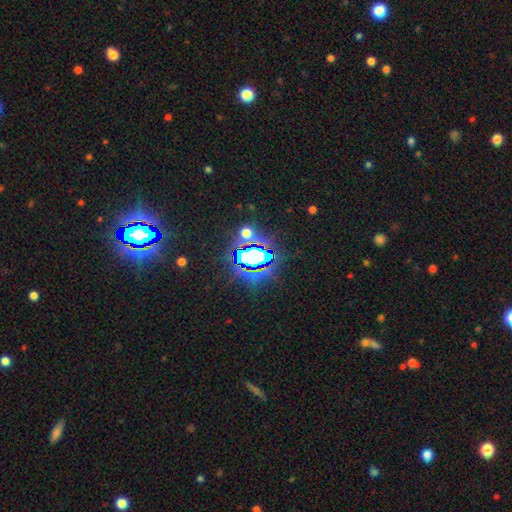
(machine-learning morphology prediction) smooth-or-featured: star or artifact: 72% | smooth: 16% | featured or disk: 12%